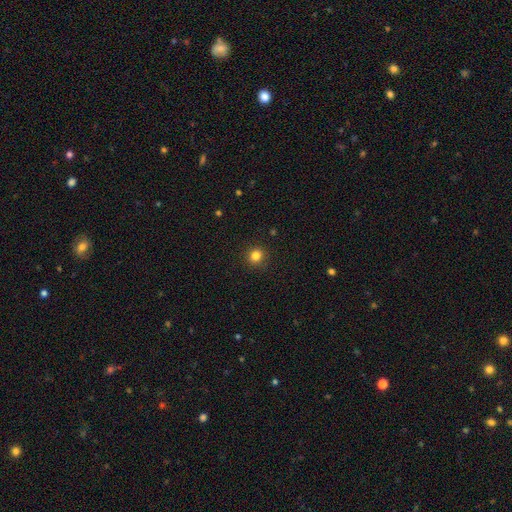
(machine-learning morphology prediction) Smooth or featured?
  - smooth: 82% *
  - star or artifact: 13%
  - featured or disk: 5%
How rounded?
  - round: 92% *
  - in between: 7%
  - cigar-shaped: 1%
Merging?
  - none: 91% *
  - minor disturbance: 6%
  - major disturbance: 2%
  - merger: 1%